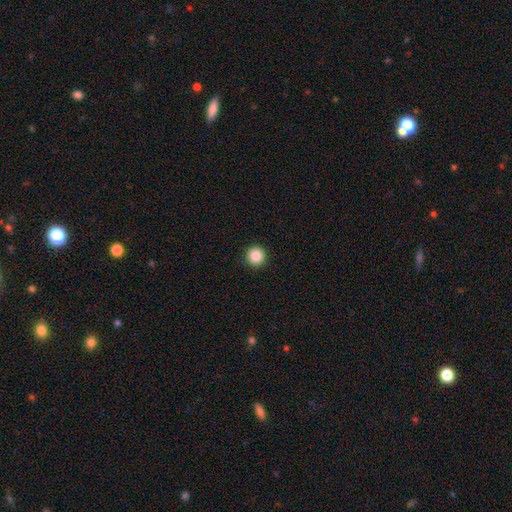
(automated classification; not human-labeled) Smooth or featured?
  - smooth: 86% *
  - star or artifact: 10%
  - featured or disk: 4%
How rounded?
  - round: 95% *
  - in between: 4%
  - cigar-shaped: 1%
Merging?
  - none: 93% *
  - minor disturbance: 4%
  - major disturbance: 2%
  - merger: 1%